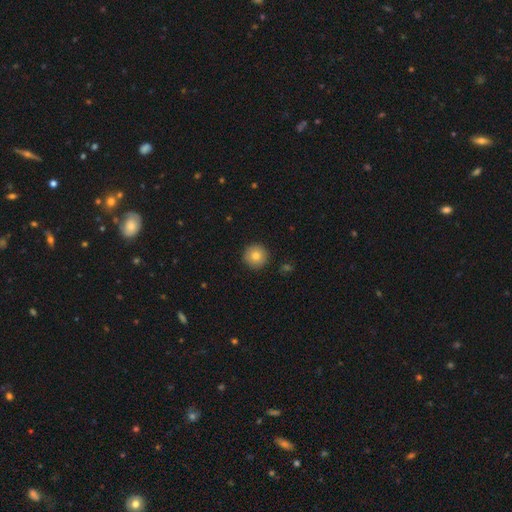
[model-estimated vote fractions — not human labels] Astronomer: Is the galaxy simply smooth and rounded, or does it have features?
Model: smooth — 80%.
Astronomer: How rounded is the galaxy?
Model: round — 96%.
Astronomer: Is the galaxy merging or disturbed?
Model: none — 92%.